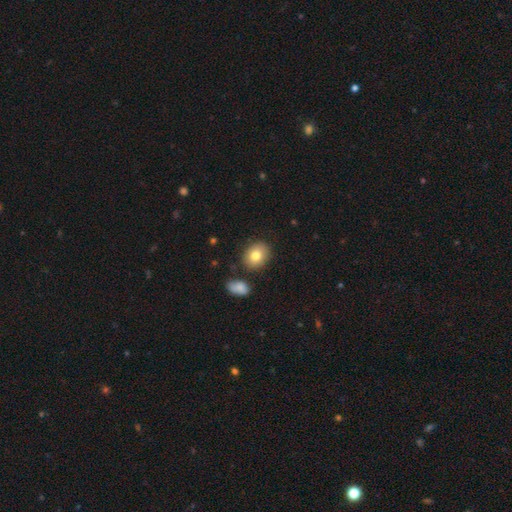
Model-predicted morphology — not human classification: smooth_or_featured: smooth (p=0.80) [alt: featured or disk p=0.12]
how_rounded: round (p=0.52) [alt: in between p=0.47]
merging: none (p=0.83) [alt: minor disturbance p=0.10]